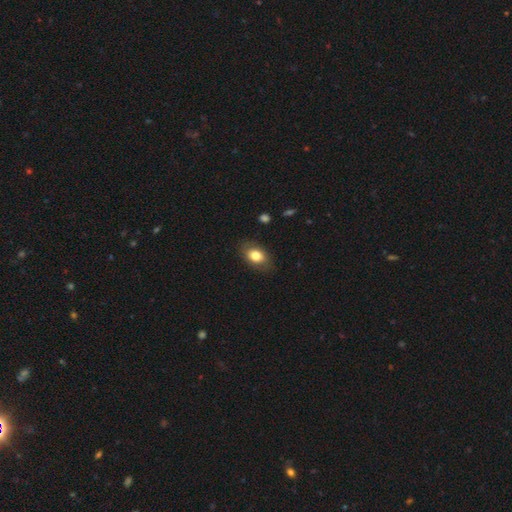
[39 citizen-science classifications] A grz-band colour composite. It shows a smooth galaxy with no disk features (69%) that is in between round and cigar-shaped (89%). Merging: none (77%).